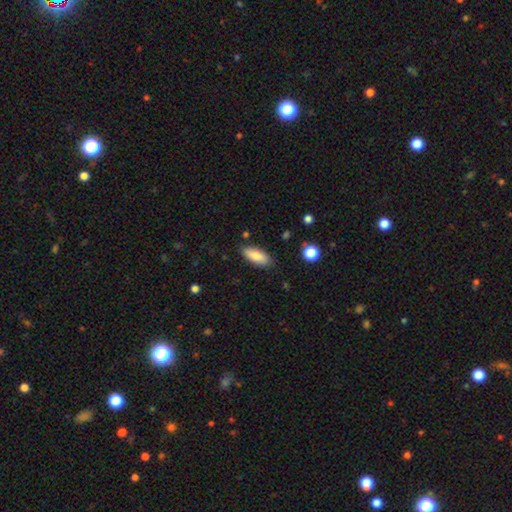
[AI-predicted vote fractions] A smooth galaxy with no disk features (80%) that is in between round and cigar-shaped (82%). Merging: none (84%).